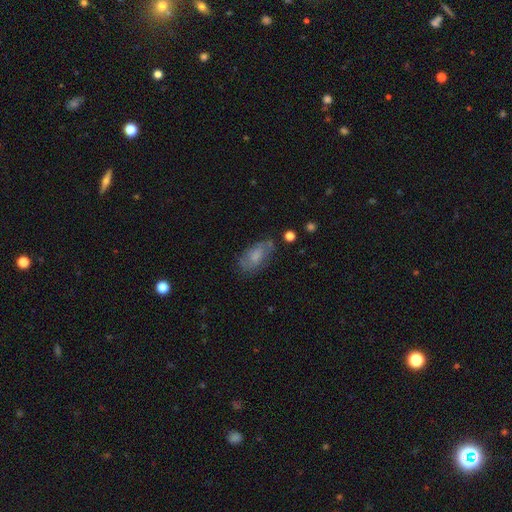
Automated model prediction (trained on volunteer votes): Overall: smooth (63%; featured or disk 29%). How rounded: in between (89%). Merging: none (63%; minor disturbance 25%).